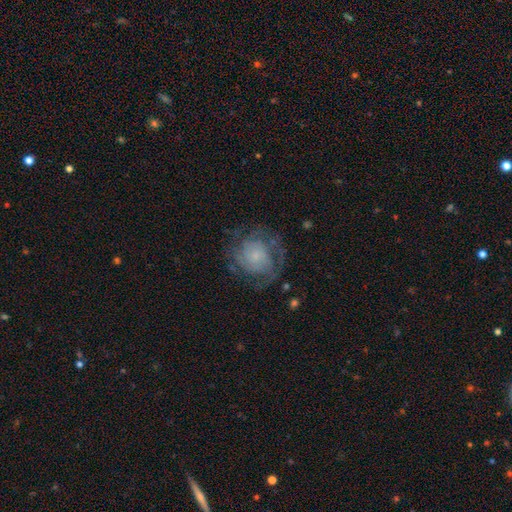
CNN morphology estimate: A featured or disk galaxy (64%) with no bar (77%), tight (53%) spiral arms (83%) and a small central bulge (61%).

Vote fractions:
- Smooth or featured? featured or disk: 64% / smooth: 26% / star or artifact: 9%
- Edge-on disk? no: 98% / yes: 2%
- Bar? no: 77% / weak: 20% / strong: 3%
- Spiral arms? yes: 83% / no: 17%
- Spiral winding? tight: 53% / medium: 34% / loose: 13%
- Spiral arm count? can't tell: 45% / 2: 21% / 3: 15% / 4: 8% / 1: 6% / more than 4: 5%
- Bulge size? small: 61% / none: 17% / moderate: 16% / large: 5% / dominant: 2%
- Merging? none: 63% / minor disturbance: 18% / major disturbance: 17% / merger: 1%